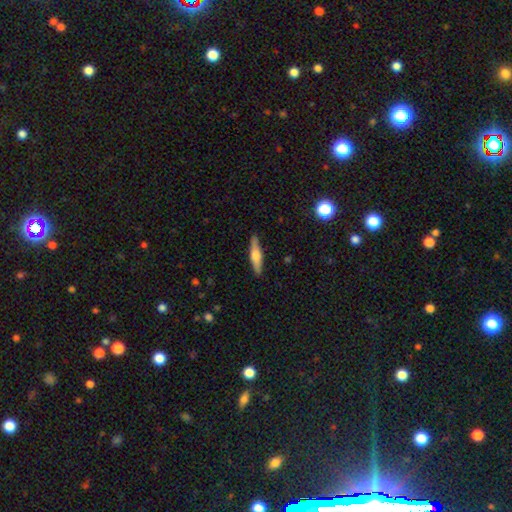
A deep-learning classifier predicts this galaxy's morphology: The model was most divided on "smooth or featured": featured or disk: 49%, smooth: 45%, star or artifact: 6%. More confident: merging — none (88%).